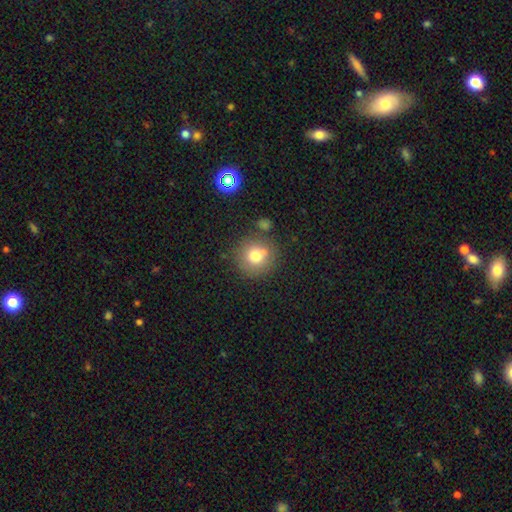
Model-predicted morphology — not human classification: smooth_or_featured: smooth (p=0.76) [alt: star or artifact p=0.12]
how_rounded: round (p=0.91) [alt: in between p=0.08]
merging: none (p=0.74) [alt: minor disturbance p=0.13]